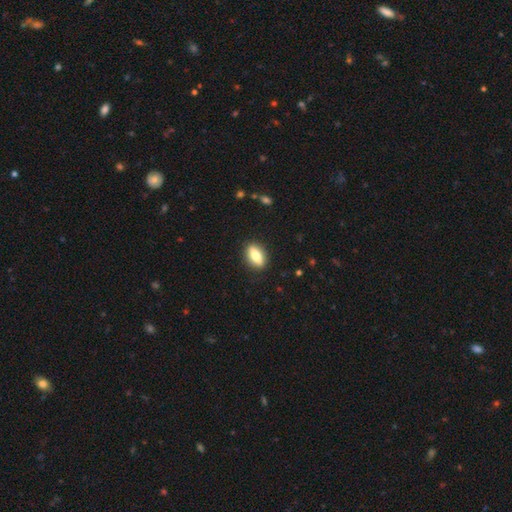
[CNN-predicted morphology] Q: Smooth or featured?
A: smooth (73%); runner-up: featured or disk (20%)
Q: How rounded?
A: in between (75%); runner-up: cigar-shaped (18%)
Q: Merging?
A: none (88%); runner-up: minor disturbance (8%)